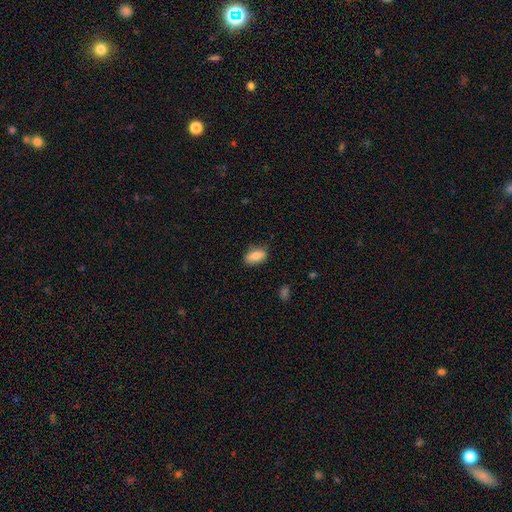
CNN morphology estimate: Q: Smooth or featured?
A: smooth (81%); runner-up: featured or disk (12%)
Q: How rounded?
A: in between (87%); runner-up: cigar-shaped (7%)
Q: Merging?
A: none (81%); runner-up: minor disturbance (15%)